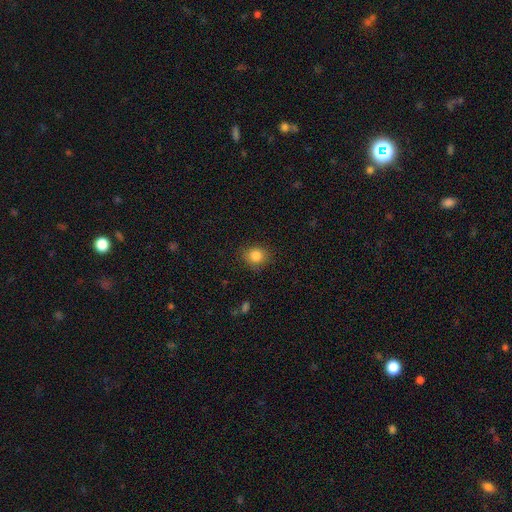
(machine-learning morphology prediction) A smooth galaxy with no disk features (84%) that is round (76%).

Vote fractions:
- Smooth or featured? smooth: 84% / star or artifact: 10% / featured or disk: 5%
- How rounded? round: 76% / in between: 23% / cigar-shaped: 1%
- Merging? none: 83% / minor disturbance: 13% / major disturbance: 3% / merger: 1%